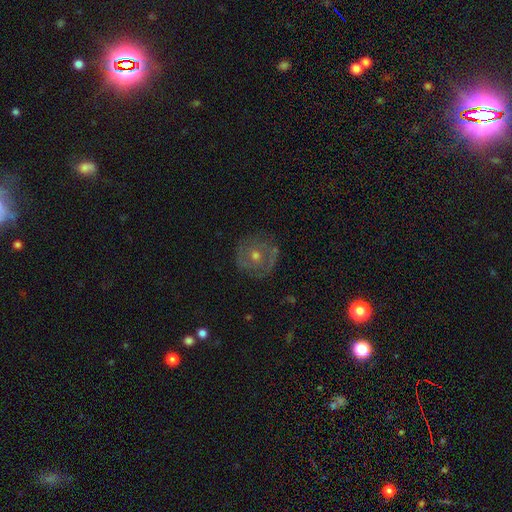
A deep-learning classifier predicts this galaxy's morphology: This is likely a featured or disk galaxy (65%). It is clearly not viewed edge-on (97%). Bar: likely no (77%). Spiral arm pattern: likely yes (68%). Central bulge: possibly moderate (59%). Merging: likely none (79%).